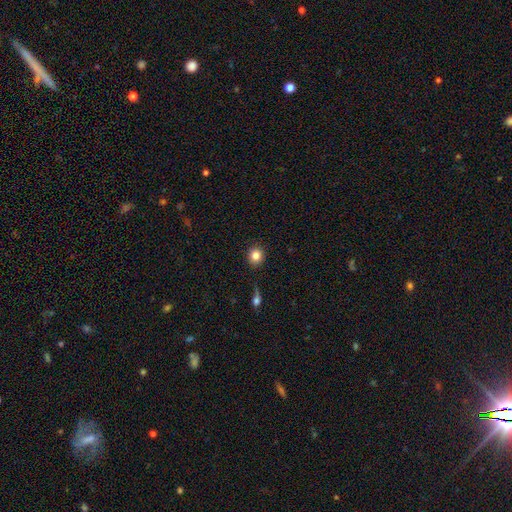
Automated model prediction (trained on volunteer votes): smooth_or_featured: smooth (p=0.84) [alt: star or artifact p=0.10]
how_rounded: round (p=0.84) [alt: in between p=0.15]
merging: none (p=0.88) [alt: minor disturbance p=0.07]